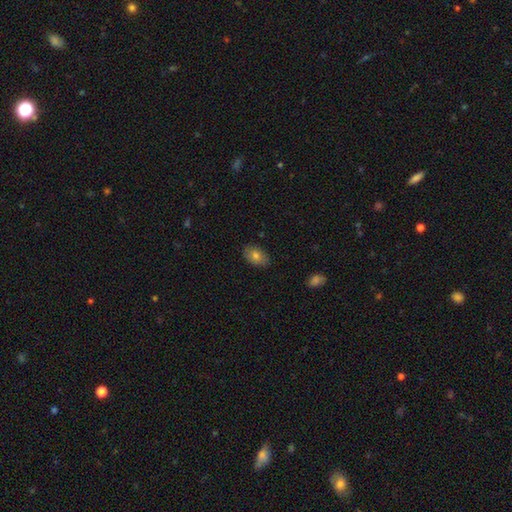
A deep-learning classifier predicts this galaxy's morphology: smooth-or-featured: smooth: 78% | featured or disk: 14% | star or artifact: 8%
  how-rounded: in between: 86% | round: 13% | cigar-shaped: 1%
  merging: none: 84% | minor disturbance: 13% | major disturbance: 2% | merger: 1%